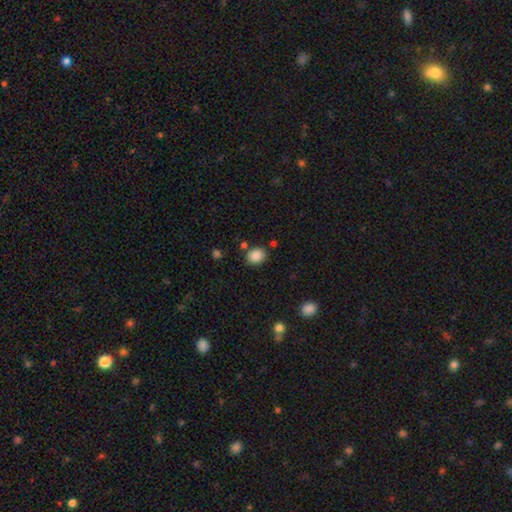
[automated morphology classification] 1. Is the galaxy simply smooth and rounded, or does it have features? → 86% smooth, 9% star or artifact, 5% featured or disk.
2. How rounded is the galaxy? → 53% round, 46% in between, 1% cigar-shaped.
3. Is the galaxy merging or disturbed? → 79% none, 12% minor disturbance, 6% merger, 3% major disturbance.